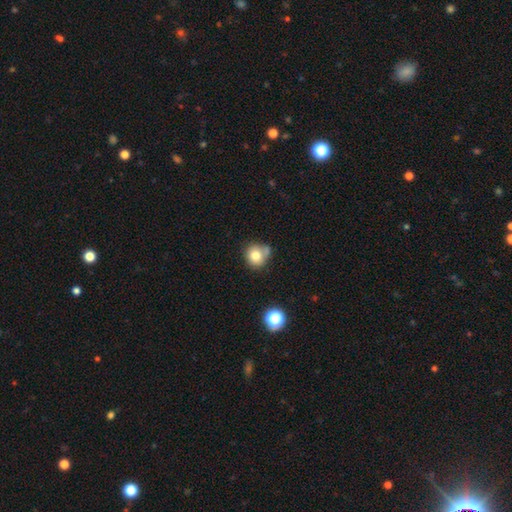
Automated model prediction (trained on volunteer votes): The model was most divided on "merging": none: 59%, minor disturbance: 19%, merger: 17%, major disturbance: 6%. More confident: how rounded — round (86%); smooth or featured — smooth (79%).